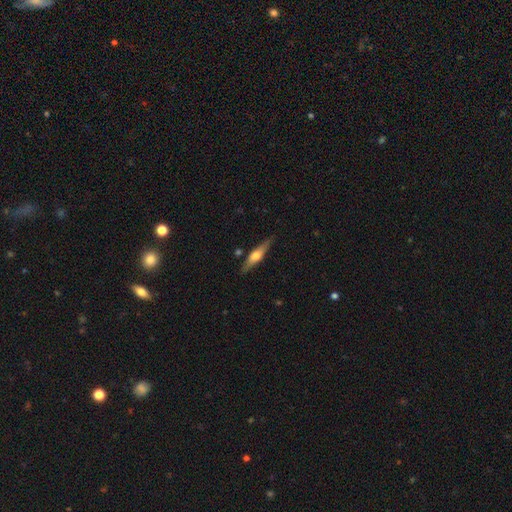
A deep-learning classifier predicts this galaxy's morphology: This appears to be a featured or disk galaxy (61%) viewed edge-on (95%) with a rounded central bulge (90%). Merging: none (86%).